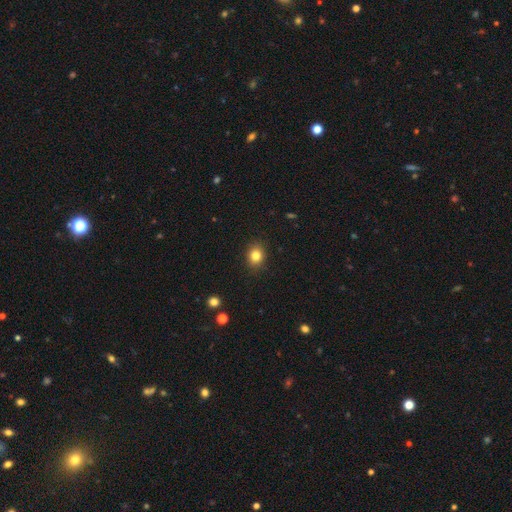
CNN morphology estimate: A smooth galaxy with no disk features (83%) that is round (60%).

Vote fractions:
- Smooth or featured? smooth: 83% / star or artifact: 11% / featured or disk: 6%
- How rounded? round: 60% / in between: 39% / cigar-shaped: 1%
- Merging? none: 89% / minor disturbance: 8% / major disturbance: 2% / merger: 1%